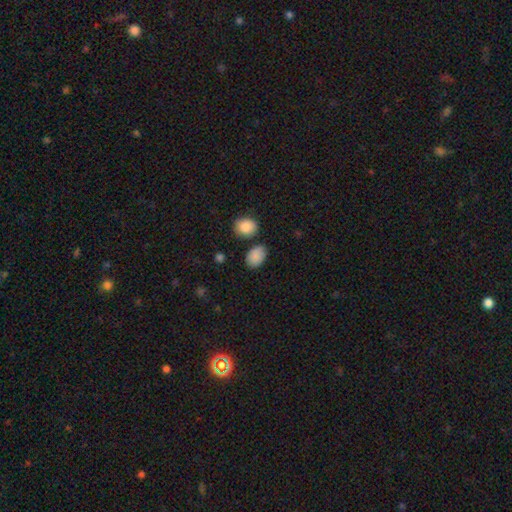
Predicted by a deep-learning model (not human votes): A smooth galaxy with no disk features (88%) that is in between round and cigar-shaped (82%). Merging: none (74%).